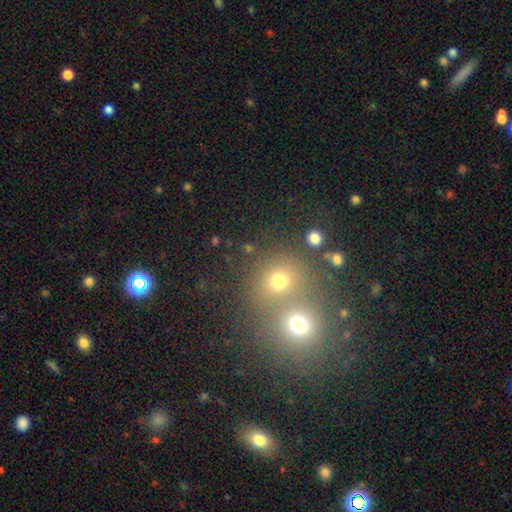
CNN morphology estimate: This appears to be a smooth galaxy with no disk features (56%) that is round (81%). Merging: merger (47%).